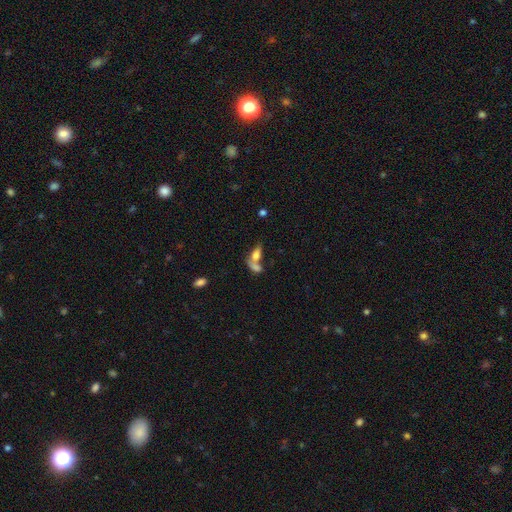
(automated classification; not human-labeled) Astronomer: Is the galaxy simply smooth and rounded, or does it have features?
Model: smooth — 68%.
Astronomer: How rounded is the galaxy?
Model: in between — 79%.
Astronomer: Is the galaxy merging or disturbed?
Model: merger — 57%.